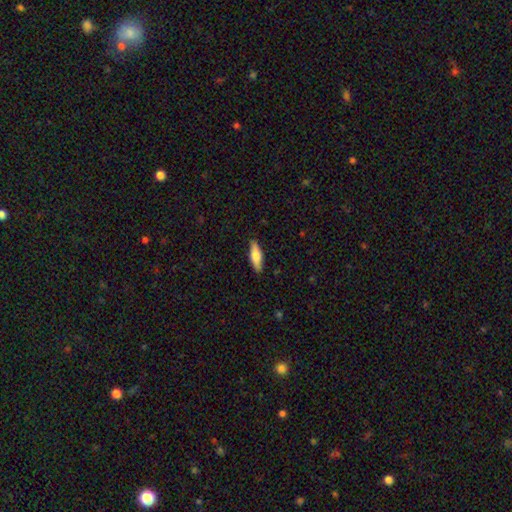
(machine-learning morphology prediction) The model was most divided on "how rounded": in between: 52%, cigar-shaped: 46%, round: 2%. More confident: merging — none (87%); smooth or featured — smooth (70%).